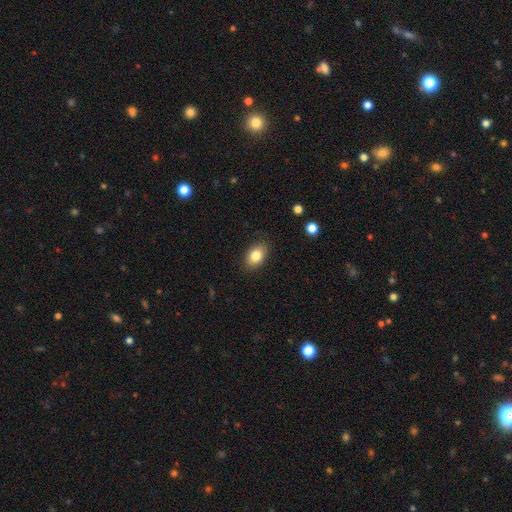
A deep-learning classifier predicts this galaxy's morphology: Smooth or featured: smooth — 82% (featured or disk — 9%)
How rounded: in between — 84% (round — 14%)
Merging: none — 85% (minor disturbance — 11%)